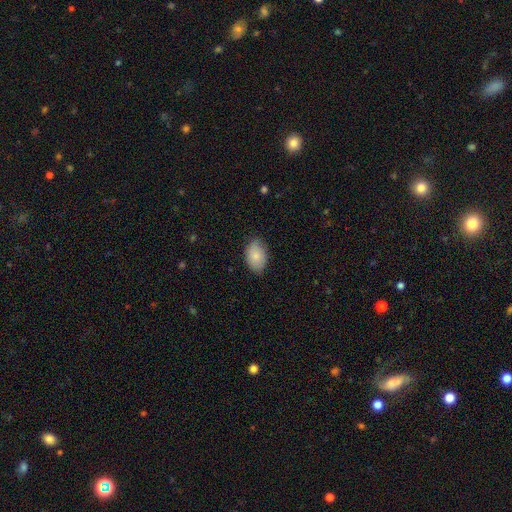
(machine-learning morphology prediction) Smooth or featured? smooth (83%)
How rounded? in between (89%)
Merging? none (82%)